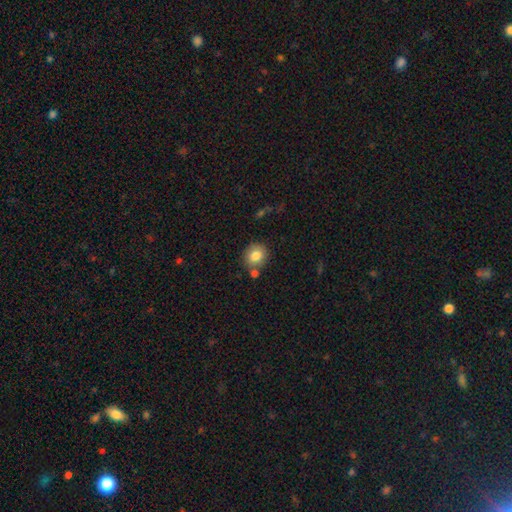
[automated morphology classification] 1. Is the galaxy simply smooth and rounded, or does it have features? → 81% smooth, 10% star or artifact, 9% featured or disk.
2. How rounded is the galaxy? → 77% round, 22% in between, 1% cigar-shaped.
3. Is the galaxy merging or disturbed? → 75% none, 11% minor disturbance, 11% merger, 3% major disturbance.